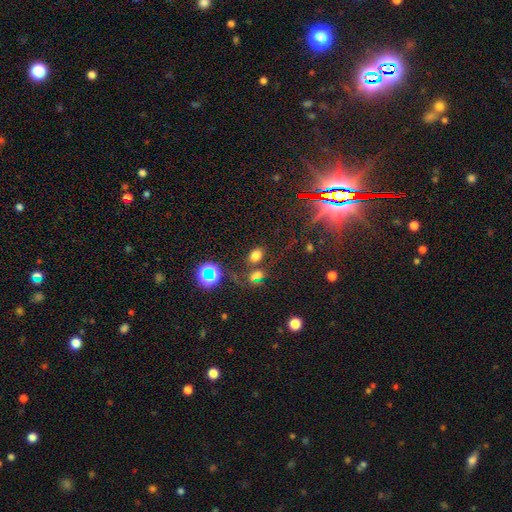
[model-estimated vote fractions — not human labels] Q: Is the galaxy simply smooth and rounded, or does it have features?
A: smooth — 68%.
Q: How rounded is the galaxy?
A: in between — 73%.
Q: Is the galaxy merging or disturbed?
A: none — 73%.